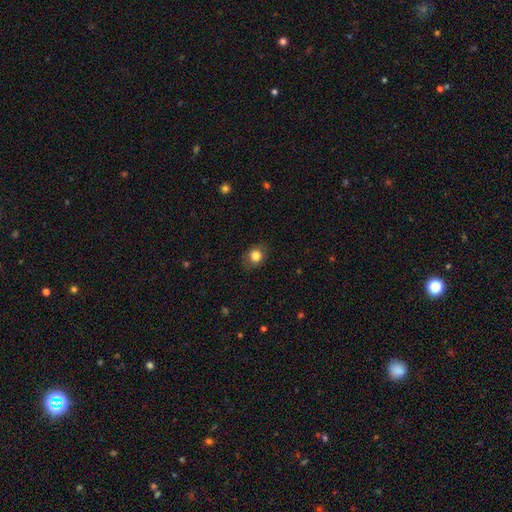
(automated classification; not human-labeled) Morphology: type=smooth (82%); roundness=round (65%); merging=none (82%).